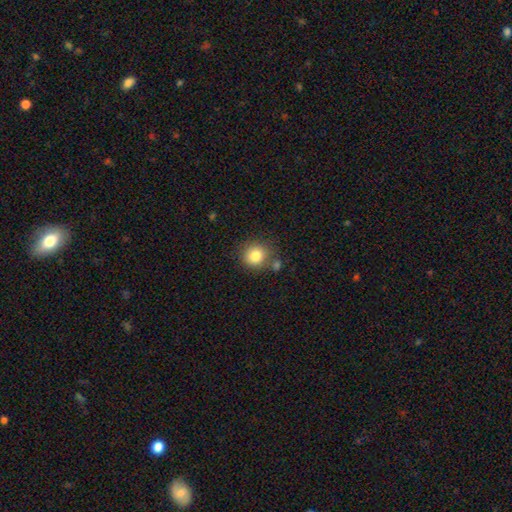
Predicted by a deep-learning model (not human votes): smooth_or_featured: smooth (p=0.82) [alt: star or artifact p=0.10]
how_rounded: round (p=0.87) [alt: in between p=0.12]
merging: none (p=0.72) [alt: minor disturbance p=0.12]